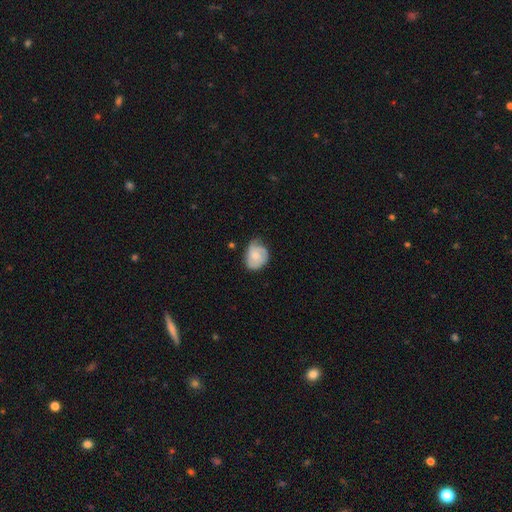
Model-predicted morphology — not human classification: smooth_or_featured: smooth (p=0.50) [alt: featured or disk p=0.43]
how_rounded: in between (p=0.52) [alt: round p=0.47]
merging: none (p=0.46) [alt: minor disturbance p=0.39]